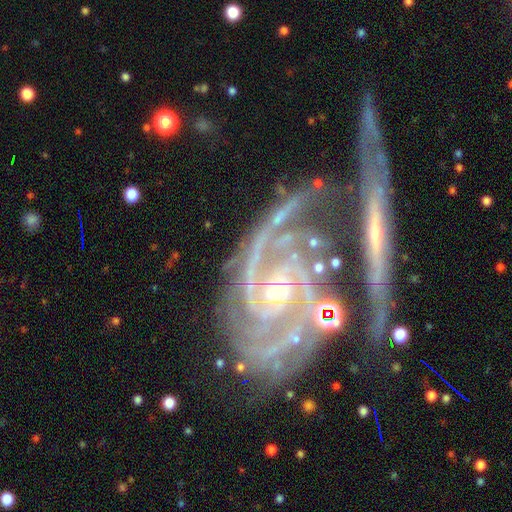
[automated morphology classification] Overall: featured or disk (91%). Edge-on disk: no (97%). Bar: no (60%; weak 26%). Spiral arms: yes (98%). Spiral arm count: 2 (36%; 3 25%). Spiral winding: tight (57%; medium 35%). Bulge size: small (65%; moderate 26%). Merging: none (50%; minor disturbance 21%).